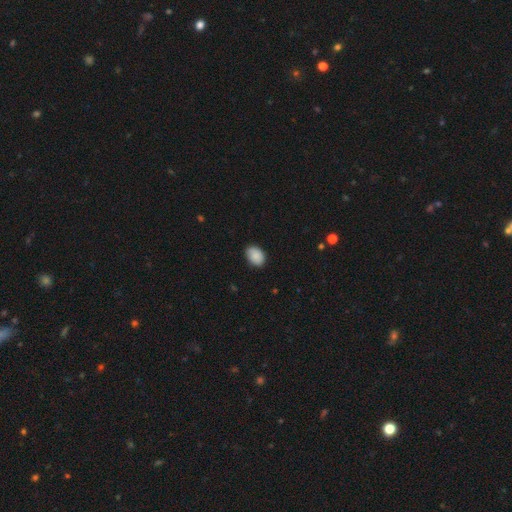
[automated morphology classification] This is clearly a smooth galaxy (89%). How rounded: likely in between (76%). Merging: clearly none (85%).